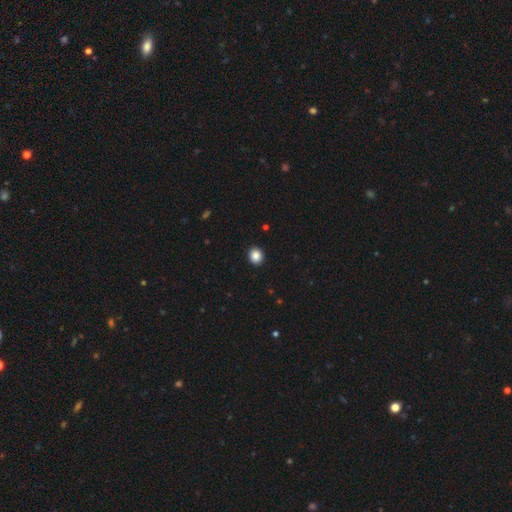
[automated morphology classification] Q: Smooth or featured?
A: smooth (87%); runner-up: star or artifact (9%)
Q: How rounded?
A: round (77%); runner-up: in between (22%)
Q: Merging?
A: none (93%); runner-up: minor disturbance (5%)